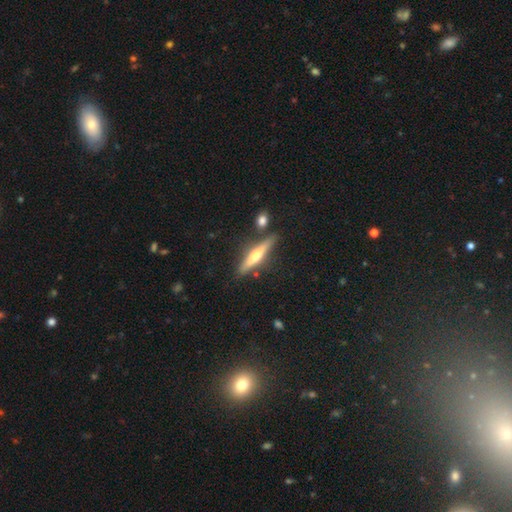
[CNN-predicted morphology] Smooth or featured: featured or disk — 60% (smooth — 34%)
Edge-on disk: yes — 95% (no — 5%)
Edge-on bulge: rounded — 86% (none — 8%)
Merging: none — 79% (minor disturbance — 11%)